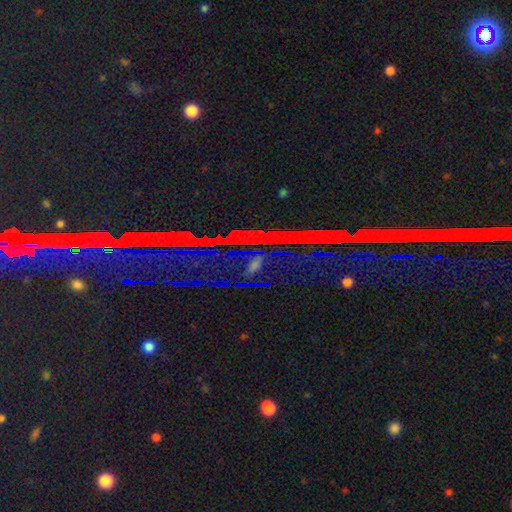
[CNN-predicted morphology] Smooth or featured?
  - star or artifact: 89% *
  - featured or disk: 6%
  - smooth: 5%